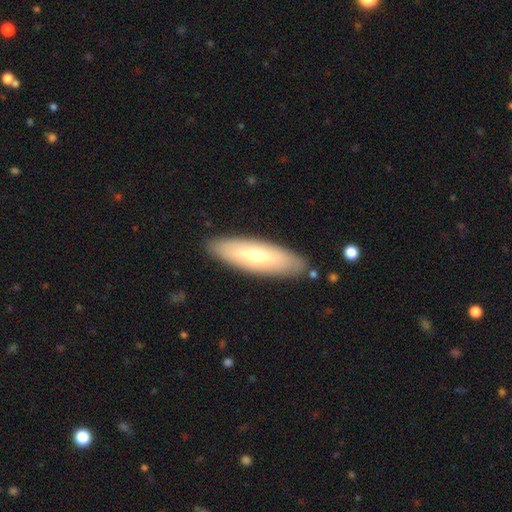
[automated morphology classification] type=smooth (51%); roundness=in between (51%); merging=none (87%).